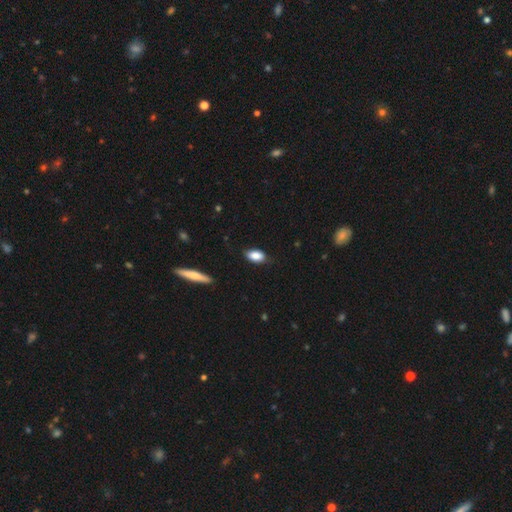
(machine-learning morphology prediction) Smooth or featured: smooth — 85% (featured or disk — 8%)
How rounded: in between — 89% (round — 6%)
Merging: none — 78% (minor disturbance — 18%)